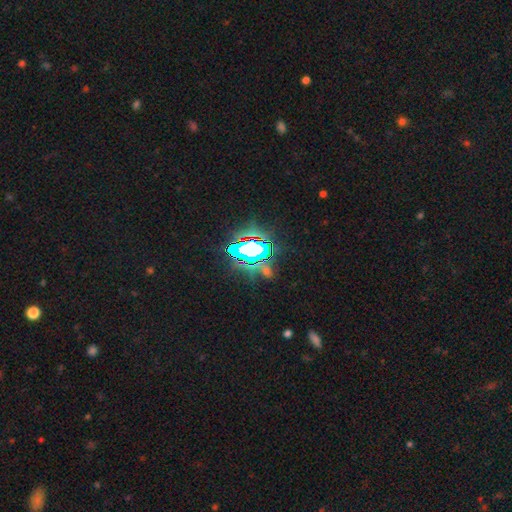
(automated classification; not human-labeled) star or artifact 70%, smooth 15%, featured or disk 14%.